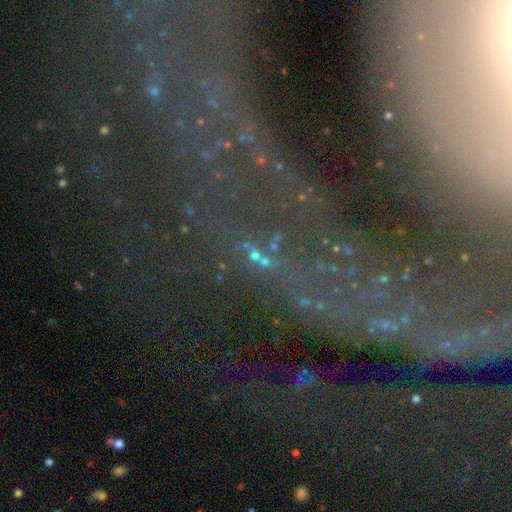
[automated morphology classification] Smooth or featured?
  - star or artifact: 76% *
  - featured or disk: 14%
  - smooth: 10%